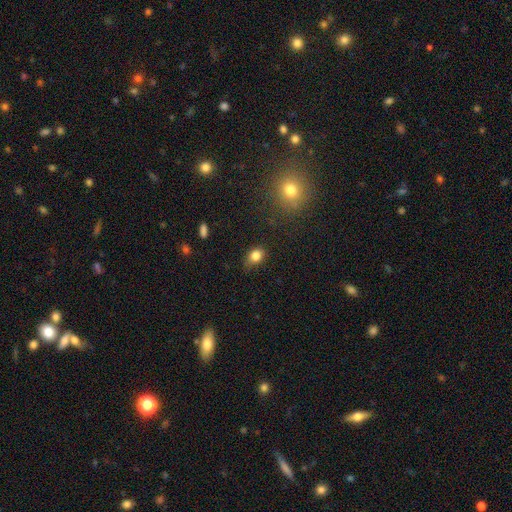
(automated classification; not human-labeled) smooth-or-featured: smooth: 83% | star or artifact: 11% | featured or disk: 6%
  how-rounded: in between: 60% | round: 38% | cigar-shaped: 2%
  merging: none: 69% | minor disturbance: 24% | major disturbance: 5% | merger: 2%